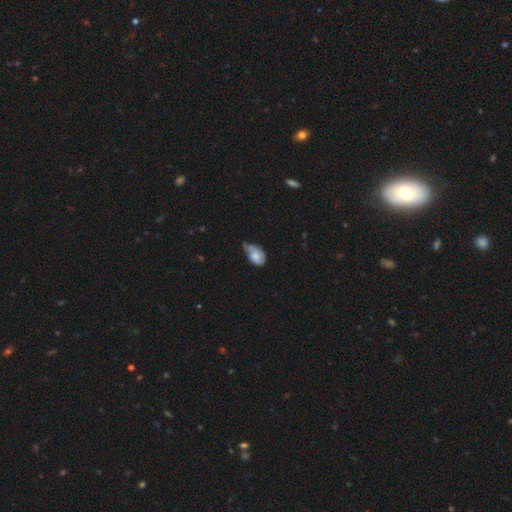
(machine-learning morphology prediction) Smooth or featured: smooth — 70% (featured or disk — 23%)
How rounded: in between — 87% (round — 12%)
Merging: minor disturbance — 53% (none — 28%)